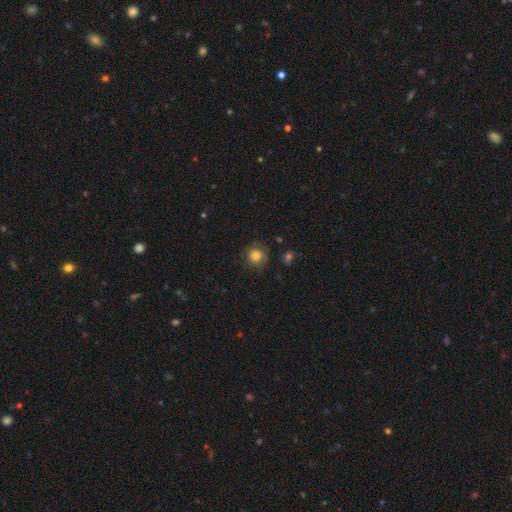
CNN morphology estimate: The model was most divided on "merging": none: 81%, minor disturbance: 13%, major disturbance: 4%, merger: 2%. More confident: how rounded — round (91%); smooth or featured — smooth (80%).